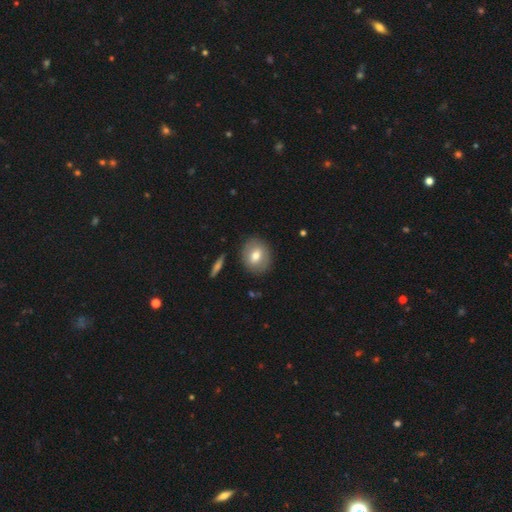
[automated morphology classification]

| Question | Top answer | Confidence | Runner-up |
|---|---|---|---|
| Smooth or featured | smooth | 68% | featured or disk (24%) |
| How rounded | round | 65% | in between (34%) |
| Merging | none | 87% | minor disturbance (9%) |